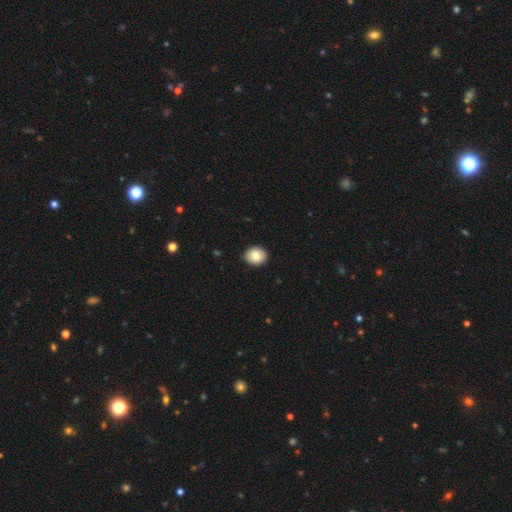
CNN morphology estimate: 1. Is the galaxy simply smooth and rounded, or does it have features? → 82% smooth, 10% featured or disk, 8% star or artifact.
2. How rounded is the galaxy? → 70% round, 29% in between, 1% cigar-shaped.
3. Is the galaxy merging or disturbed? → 92% none, 6% minor disturbance, 1% major disturbance, 1% merger.